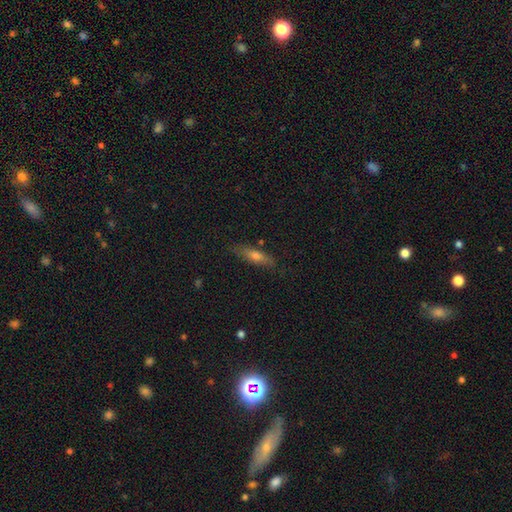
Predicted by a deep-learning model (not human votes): Morphology: type=smooth (57%); roundness=cigar-shaped (66%); merging=none (82%).